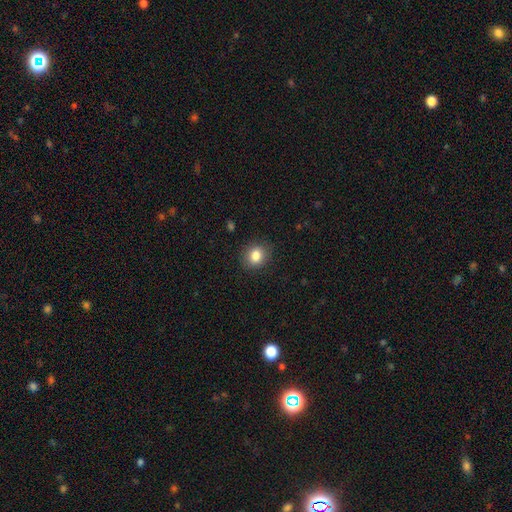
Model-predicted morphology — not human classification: smooth_or_featured: smooth (p=0.83) [alt: star or artifact p=0.10]
how_rounded: round (p=0.68) [alt: in between p=0.31]
merging: none (p=0.88) [alt: minor disturbance p=0.09]